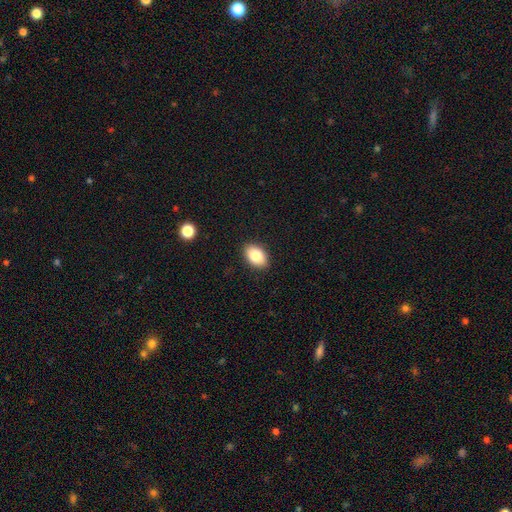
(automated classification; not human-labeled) Smooth or featured?
  - smooth: 85% *
  - featured or disk: 8%
  - star or artifact: 8%
How rounded?
  - in between: 89% *
  - round: 10%
  - cigar-shaped: 1%
Merging?
  - none: 89% *
  - minor disturbance: 8%
  - major disturbance: 2%
  - merger: 1%